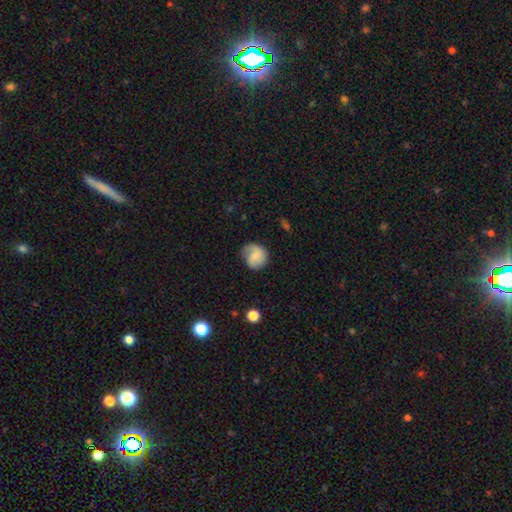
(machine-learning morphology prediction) smooth-or-featured: smooth: 50% | featured or disk: 42% | star or artifact: 7%
  how-rounded: round: 80% | in between: 19% | cigar-shaped: 1%
  merging: none: 62% | minor disturbance: 26% | major disturbance: 10% | merger: 1%